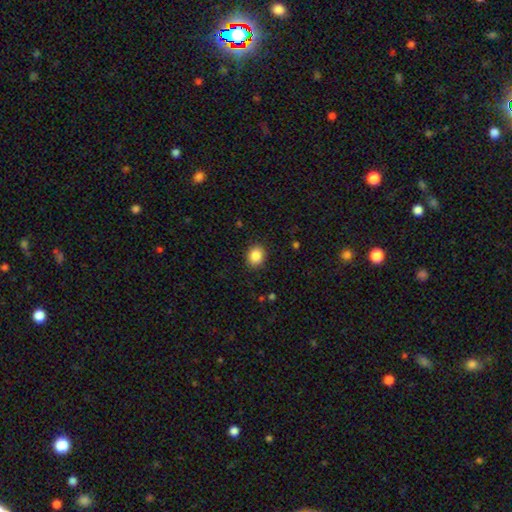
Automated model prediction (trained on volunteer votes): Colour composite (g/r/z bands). It shows a smooth galaxy with no disk features (87%) that is round (57%). Merging: none (89%).